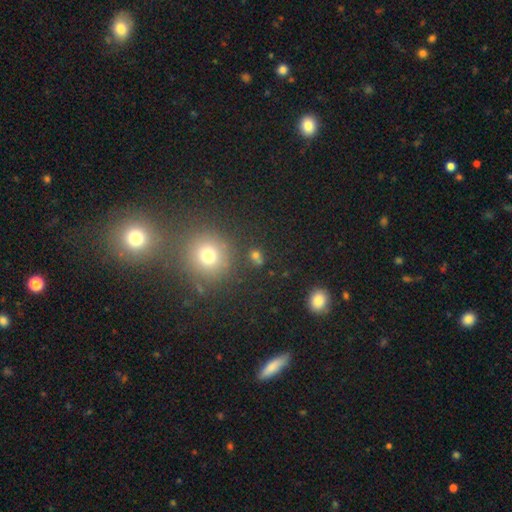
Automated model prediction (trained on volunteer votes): This appears to be a smooth galaxy with no disk features (65%) that is round (78%). Merging: none (75%).